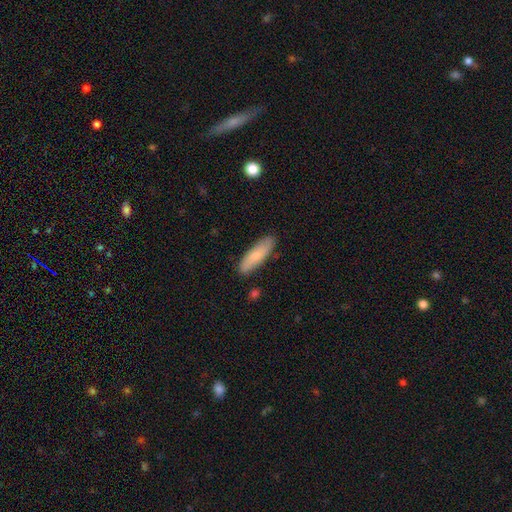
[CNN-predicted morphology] This appears to be a smooth galaxy with no disk features (77%) that is cigar-shaped (59%). Merging: none (84%).